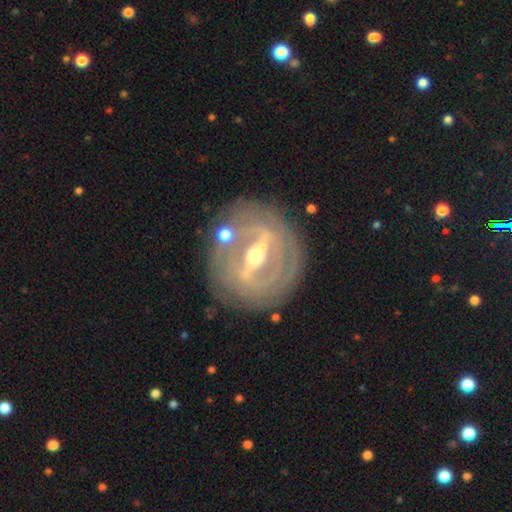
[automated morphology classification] type=featured or disk (87%); edge-on=no (84%); bar=strong (79%); spiral arms=yes (74%); winding=tight (75%); arm count=can't tell (39%); bulge=moderate (59%); merging=none (80%).